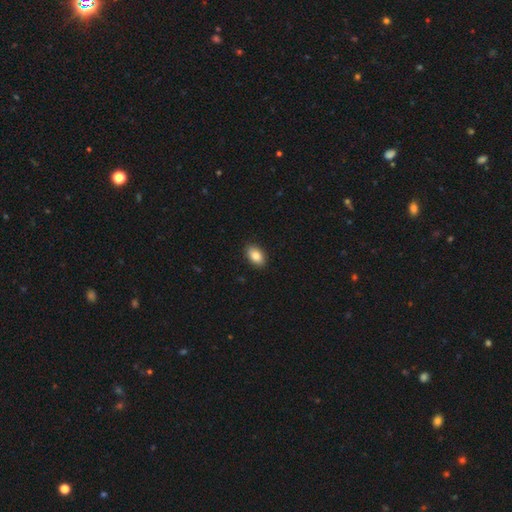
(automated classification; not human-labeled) A smooth galaxy with no disk features (86%) that is in between round and cigar-shaped (91%).

Vote fractions:
- Smooth or featured? smooth: 86% / star or artifact: 7% / featured or disk: 6%
- How rounded? in between: 91% / round: 8% / cigar-shaped: 1%
- Merging? none: 89% / minor disturbance: 8% / major disturbance: 2% / merger: 1%